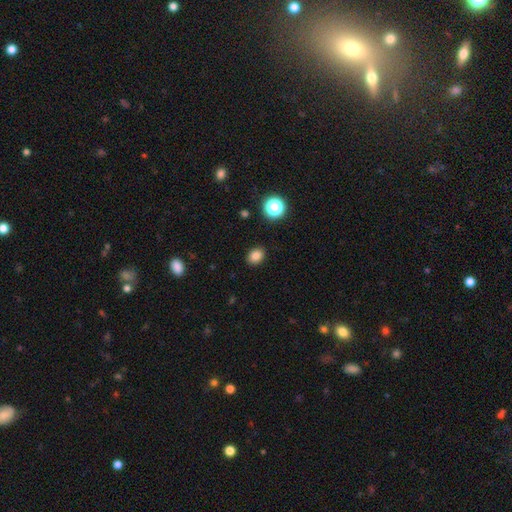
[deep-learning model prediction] Smooth or featured? Predicted: smooth (p=0.83). How rounded? Predicted: in between (p=0.58). Merging? Predicted: none (p=0.89).